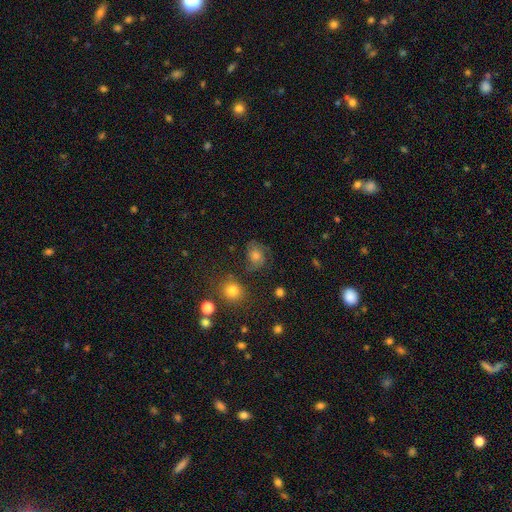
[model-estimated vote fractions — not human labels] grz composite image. It shows a smooth galaxy with no disk features (44%). Merging: none (66%).